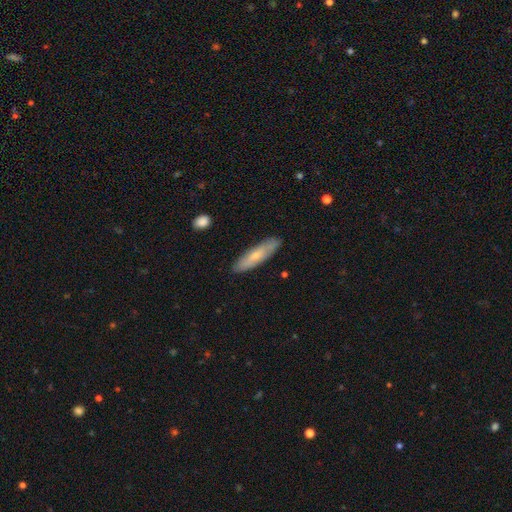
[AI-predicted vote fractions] Smooth or featured? smooth (63%)
How rounded? cigar-shaped (72%)
Merging? none (86%)